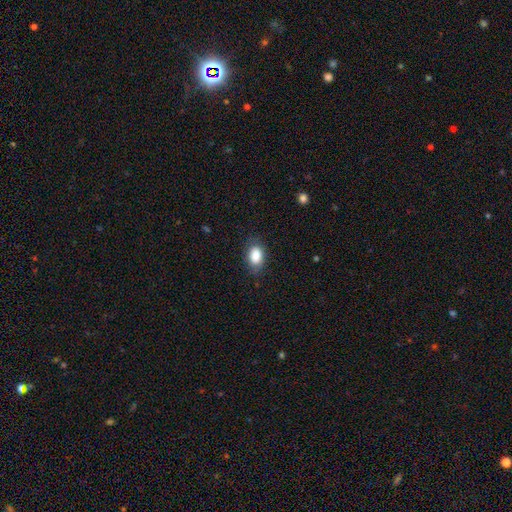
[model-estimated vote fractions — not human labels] This appears to be a smooth galaxy with no disk features (86%) that is in between round and cigar-shaped (87%). Merging: none (79%).